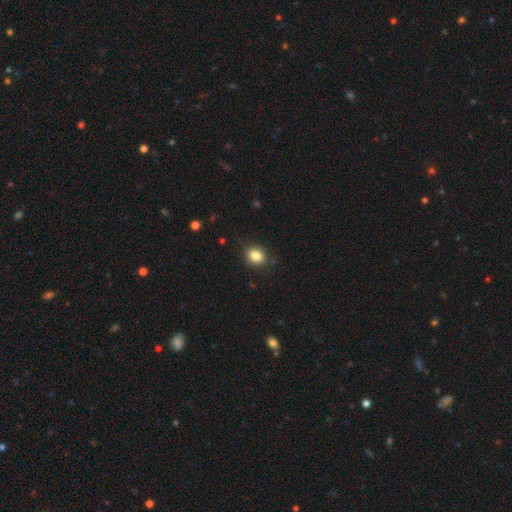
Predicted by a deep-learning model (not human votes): Smooth or featured? smooth (84%)
How rounded? round (58%)
Merging? none (86%)